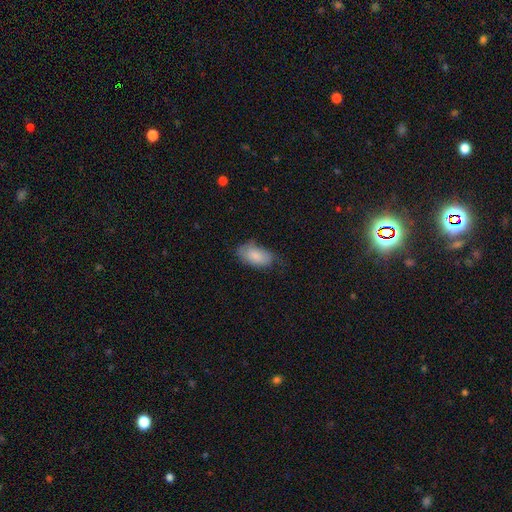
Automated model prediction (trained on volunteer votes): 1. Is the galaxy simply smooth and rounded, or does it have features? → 83% smooth, 11% featured or disk, 6% star or artifact.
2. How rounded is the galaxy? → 94% in between, 3% round, 3% cigar-shaped.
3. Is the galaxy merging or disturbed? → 55% none, 33% minor disturbance, 10% major disturbance, 2% merger.